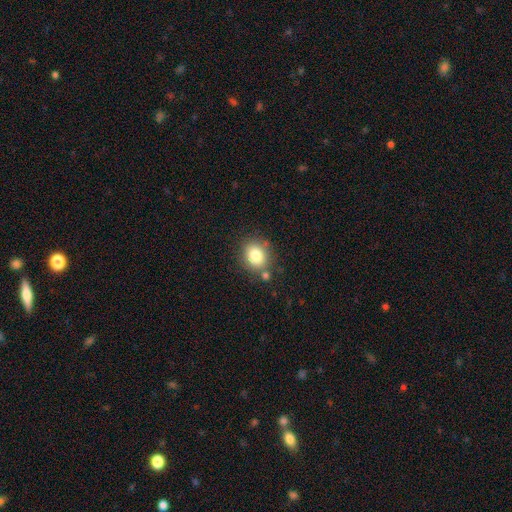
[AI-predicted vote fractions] smooth-or-featured: smooth: 82% | star or artifact: 10% | featured or disk: 8%
  how-rounded: round: 69% | in between: 30% | cigar-shaped: 1%
  merging: none: 75% | minor disturbance: 12% | merger: 10% | major disturbance: 3%